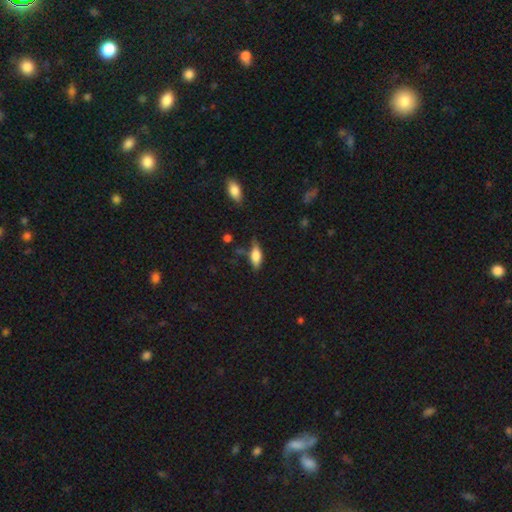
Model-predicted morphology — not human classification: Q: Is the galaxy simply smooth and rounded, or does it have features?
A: smooth — 66%.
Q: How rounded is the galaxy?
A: in between — 71%.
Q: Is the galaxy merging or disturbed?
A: none — 63%.